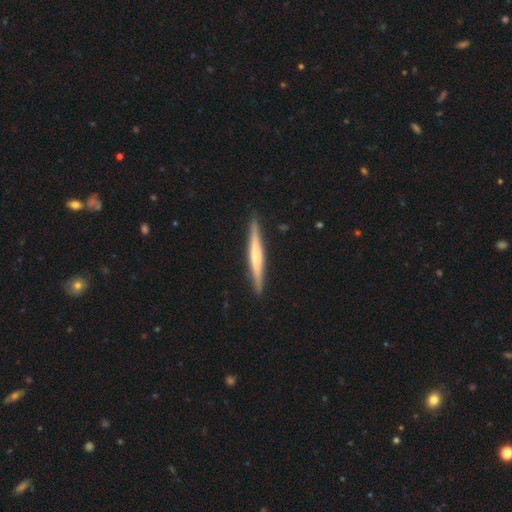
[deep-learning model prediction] Smooth or featured: featured or disk — 57% (smooth — 37%)
Edge-on disk: yes — 97% (no — 3%)
Edge-on bulge: none — 47% (rounded — 39%)
Merging: none — 91% (minor disturbance — 7%)